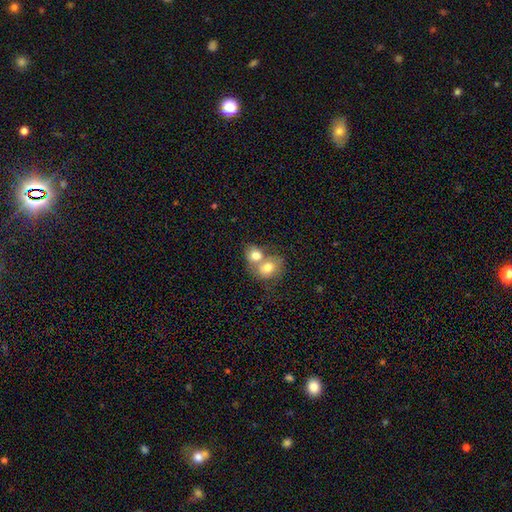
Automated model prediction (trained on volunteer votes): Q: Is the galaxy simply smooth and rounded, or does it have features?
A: smooth — 74%.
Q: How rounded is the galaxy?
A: round — 59%.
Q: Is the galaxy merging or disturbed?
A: merger — 69%.